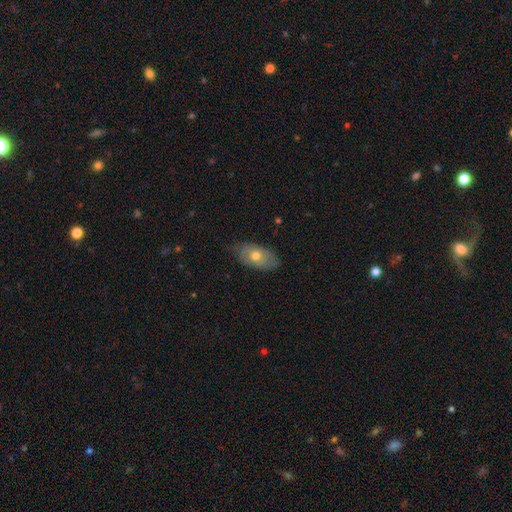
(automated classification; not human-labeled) Smooth or featured?
  - smooth: 59% *
  - featured or disk: 33%
  - star or artifact: 7%
How rounded?
  - in between: 91% *
  - round: 7%
  - cigar-shaped: 2%
Merging?
  - none: 74% *
  - minor disturbance: 21%
  - major disturbance: 4%
  - merger: 1%